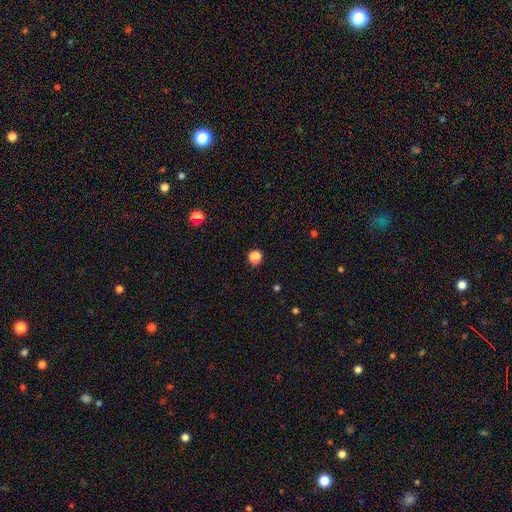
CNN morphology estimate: The model was most divided on "merging": none: 74%, minor disturbance: 16%, merger: 6%, major disturbance: 4%. More confident: smooth or featured — smooth (82%); how rounded — round (81%).